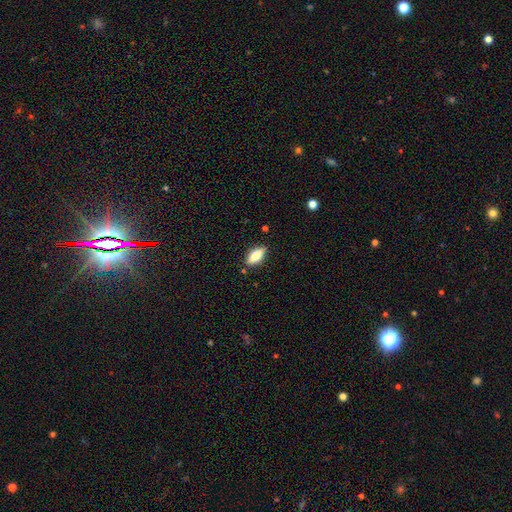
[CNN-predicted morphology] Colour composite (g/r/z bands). It shows a smooth galaxy with no disk features (70%) that is in between round and cigar-shaped (78%). Merging: none (85%).